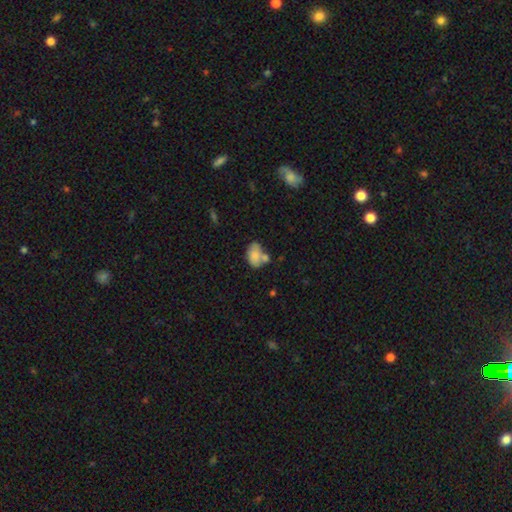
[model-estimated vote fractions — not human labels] Q: Smooth or featured?
A: smooth (77%); runner-up: featured or disk (15%)
Q: How rounded?
A: in between (86%); runner-up: round (13%)
Q: Merging?
A: none (40%); runner-up: merger (34%)